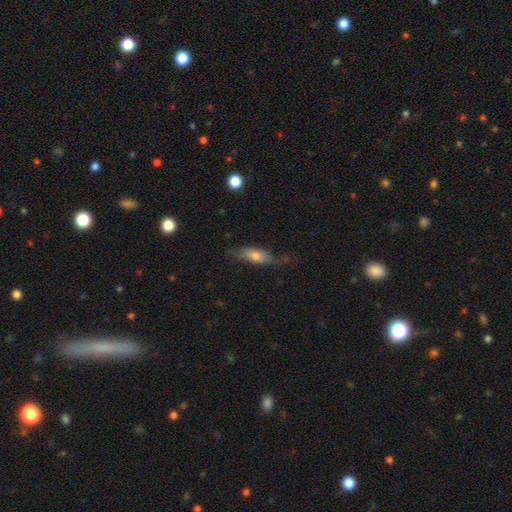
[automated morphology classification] Smooth or featured?
  - smooth: 59% *
  - featured or disk: 33%
  - star or artifact: 7%
How rounded?
  - in between: 55% *
  - cigar-shaped: 42%
  - round: 3%
Merging?
  - none: 63% *
  - minor disturbance: 26%
  - major disturbance: 8%
  - merger: 3%